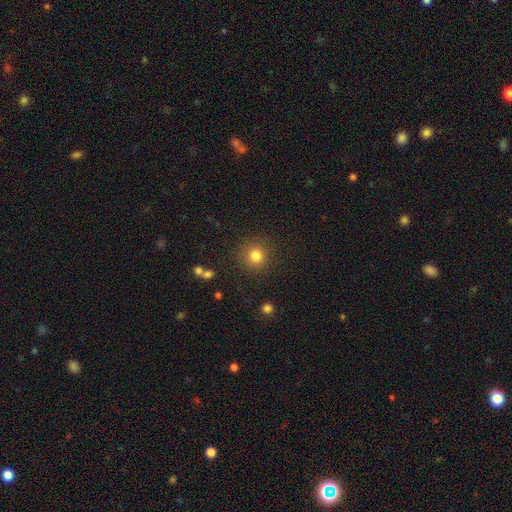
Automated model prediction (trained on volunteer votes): Smooth or featured?
  - smooth: 82% *
  - star or artifact: 12%
  - featured or disk: 6%
How rounded?
  - round: 92% *
  - in between: 7%
  - cigar-shaped: 1%
Merging?
  - none: 87% *
  - minor disturbance: 7%
  - major disturbance: 3%
  - merger: 2%